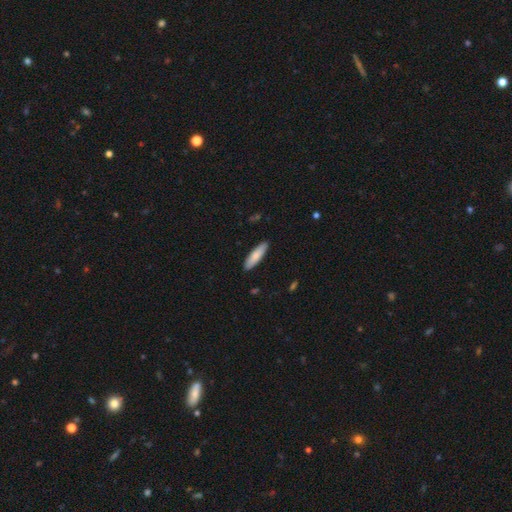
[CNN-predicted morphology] Smooth or featured: smooth — 82% (featured or disk — 13%)
How rounded: cigar-shaped — 65% (in between — 34%)
Merging: none — 90% (minor disturbance — 7%)